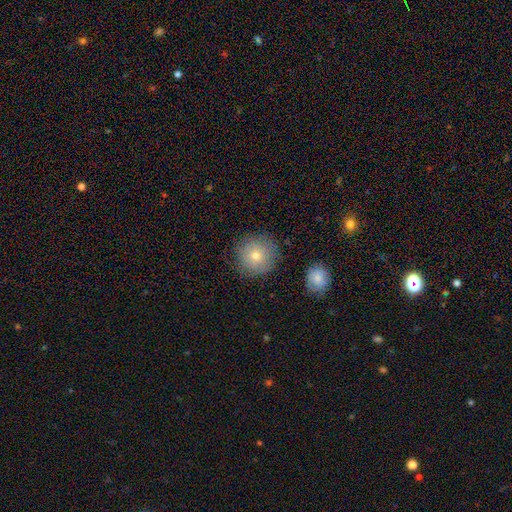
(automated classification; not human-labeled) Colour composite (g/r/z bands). It shows a smooth galaxy with no disk features (74%) that is round (94%). Merging: none (87%).